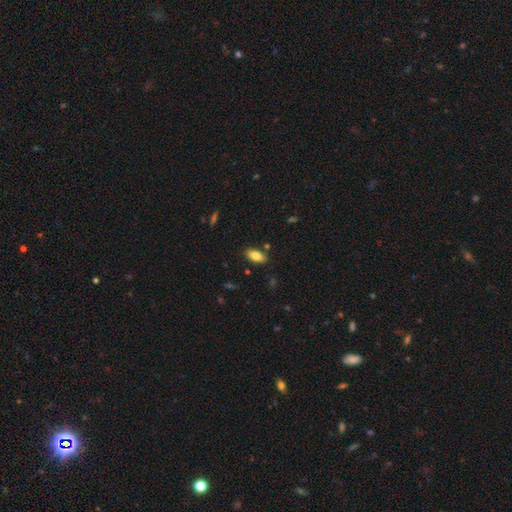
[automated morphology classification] A smooth galaxy with no disk features (79%) that is in between round and cigar-shaped (89%). Merging: none (84%).